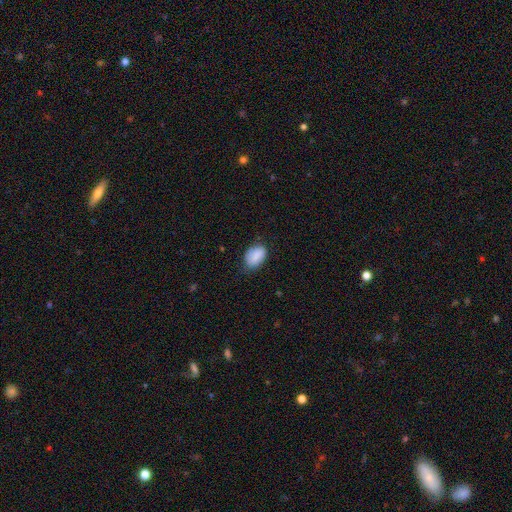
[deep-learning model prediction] A smooth galaxy with no disk features (83%) that is in between round and cigar-shaped (86%).

Vote fractions:
- Smooth or featured? smooth: 83% / featured or disk: 10% / star or artifact: 7%
- How rounded? in between: 86% / round: 13% / cigar-shaped: 1%
- Merging? none: 70% / minor disturbance: 24% / major disturbance: 5% / merger: 1%